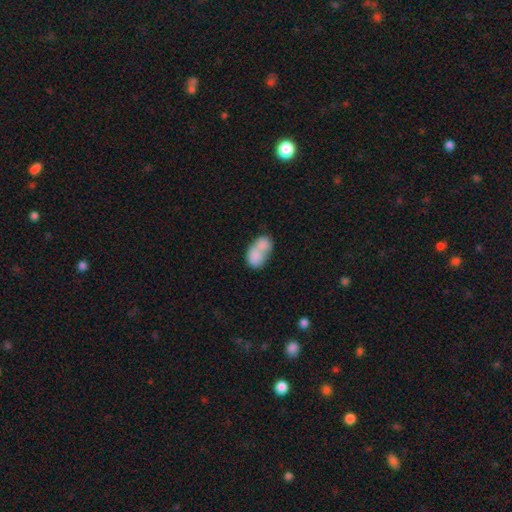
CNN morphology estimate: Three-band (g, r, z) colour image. It shows a smooth galaxy with no disk features (75%) that is in between round and cigar-shaped (81%). Merging: merger (67%).